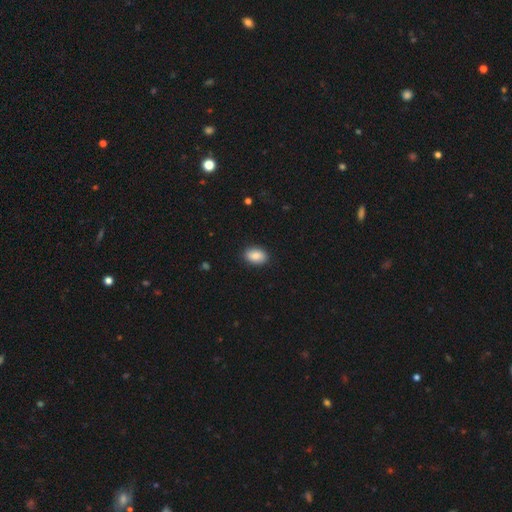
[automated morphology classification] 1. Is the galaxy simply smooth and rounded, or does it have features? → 84% smooth, 9% featured or disk, 7% star or artifact.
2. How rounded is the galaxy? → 83% in between, 16% round, 1% cigar-shaped.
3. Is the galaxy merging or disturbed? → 88% none, 9% minor disturbance, 2% major disturbance, 1% merger.